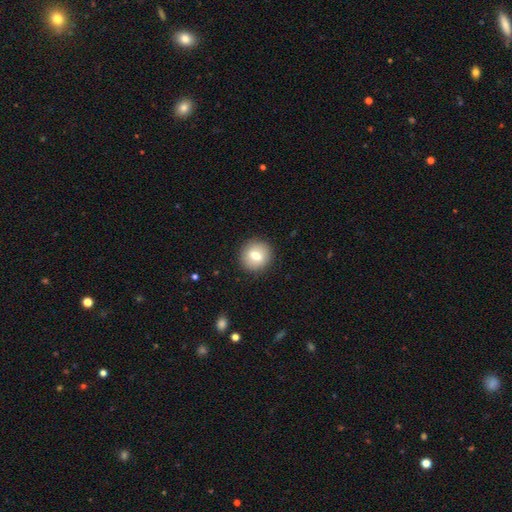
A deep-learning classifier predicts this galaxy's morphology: type=smooth (72%); roundness=round (88%); merging=none (90%).